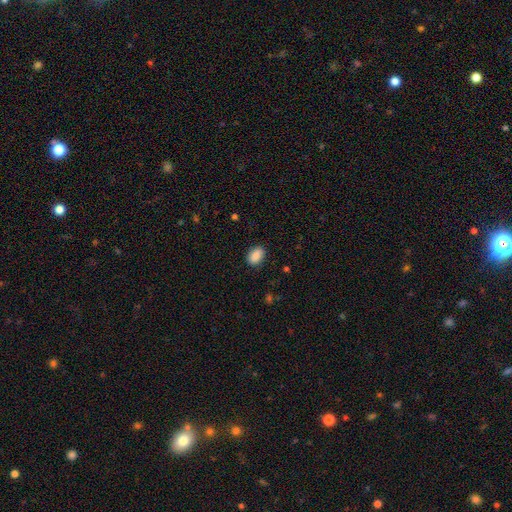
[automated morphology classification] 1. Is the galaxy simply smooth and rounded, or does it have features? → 89% smooth, 7% star or artifact, 3% featured or disk.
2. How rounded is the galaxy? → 85% in between, 14% round, 1% cigar-shaped.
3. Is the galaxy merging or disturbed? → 87% none, 10% minor disturbance, 2% major disturbance, 1% merger.